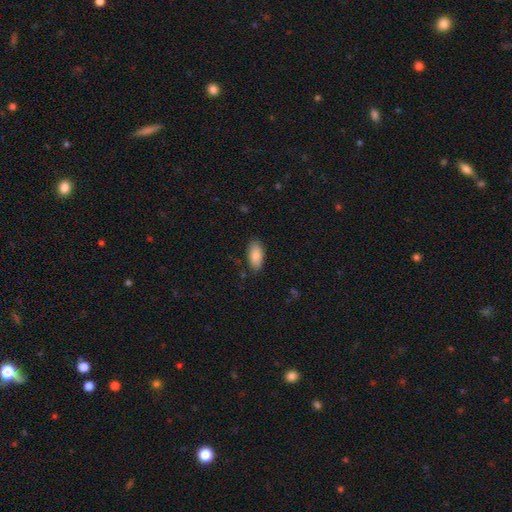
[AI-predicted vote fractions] Overall: smooth (85%). How rounded: in between (92%). Merging: none (83%).